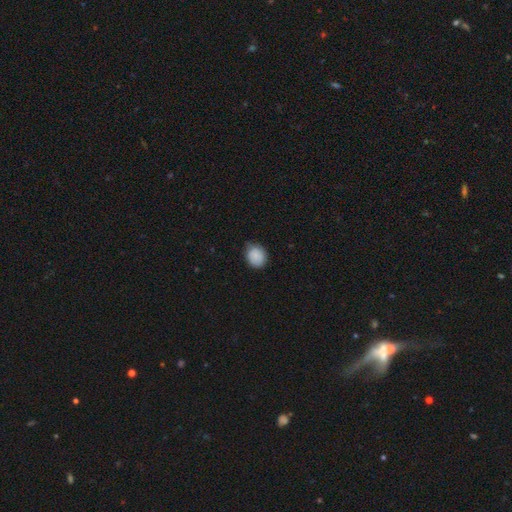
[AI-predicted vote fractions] A smooth galaxy with no disk features (86%) that is round (58%). Merging: none (68%).